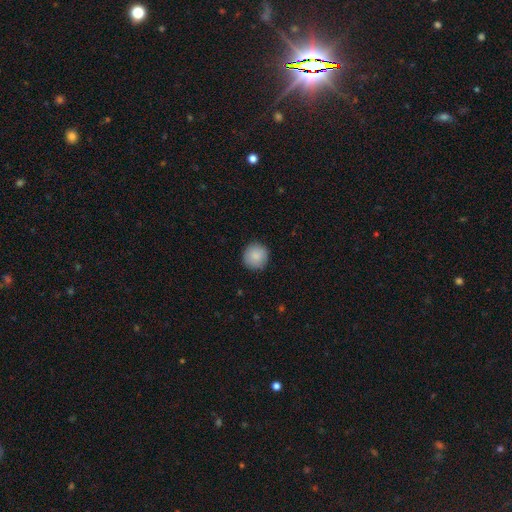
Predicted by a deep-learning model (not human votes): The model was most divided on "smooth or featured": smooth: 88%, star or artifact: 7%, featured or disk: 5%. More confident: how rounded — round (93%); merging — none (90%).